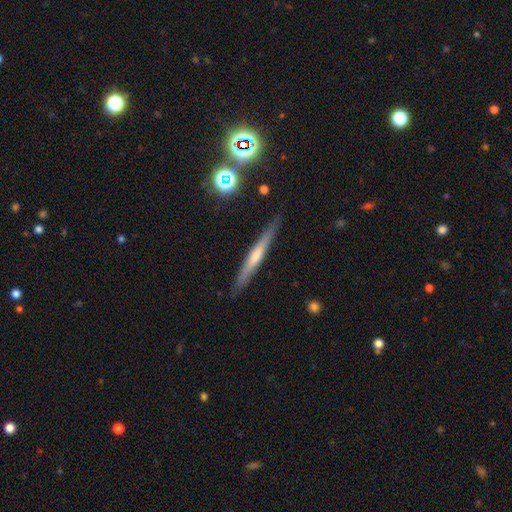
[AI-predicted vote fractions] This appears to be a featured or disk galaxy (55%) viewed edge-on (96%) with no central bulge (50%). Merging: none (88%).